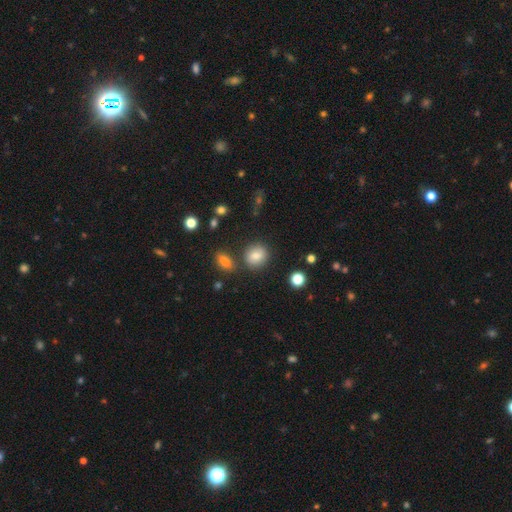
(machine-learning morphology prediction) Smooth or featured? smooth (83%)
How rounded? round (75%)
Merging? none (80%)